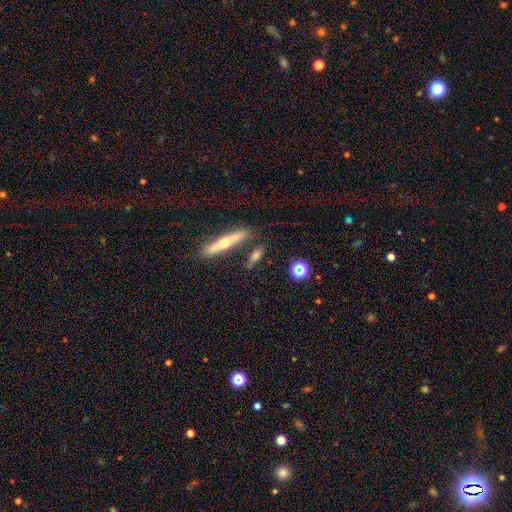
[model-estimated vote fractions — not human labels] Smooth or featured? smooth (53%)
How rounded? cigar-shaped (61%)
Merging? none (73%)